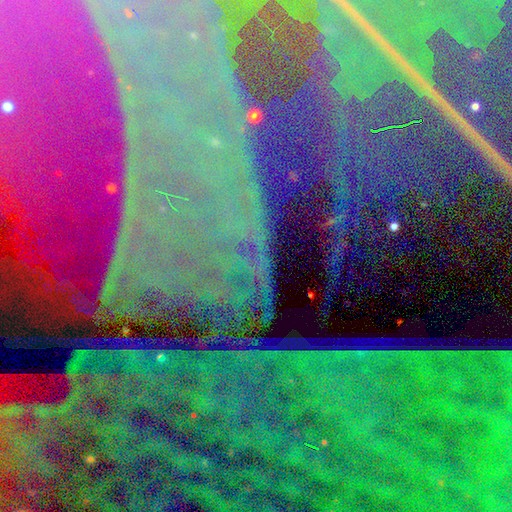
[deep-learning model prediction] This is clearly a star or artifact rather than a galaxy (88%).